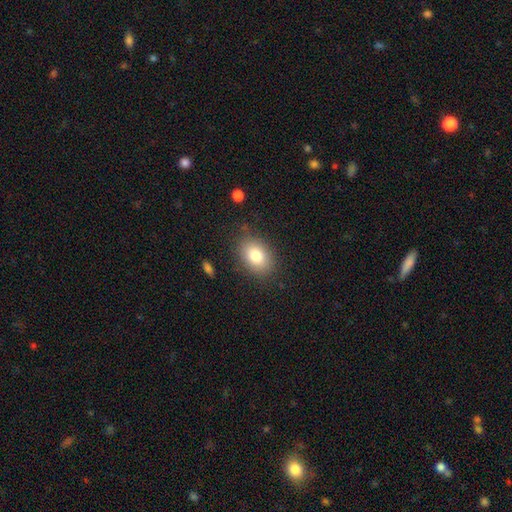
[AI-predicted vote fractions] Smooth or featured?
  - smooth: 82% *
  - featured or disk: 10%
  - star or artifact: 9%
How rounded?
  - in between: 76% *
  - round: 23%
  - cigar-shaped: 1%
Merging?
  - none: 81% *
  - minor disturbance: 13%
  - major disturbance: 4%
  - merger: 2%